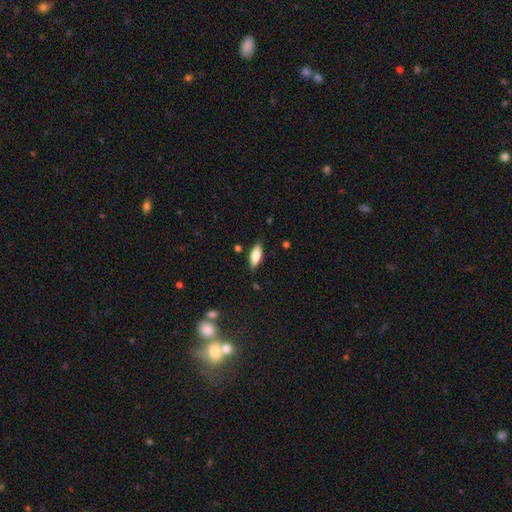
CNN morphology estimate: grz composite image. It shows a smooth galaxy with no disk features (73%) that is in between round and cigar-shaped (72%). Merging: none (84%).